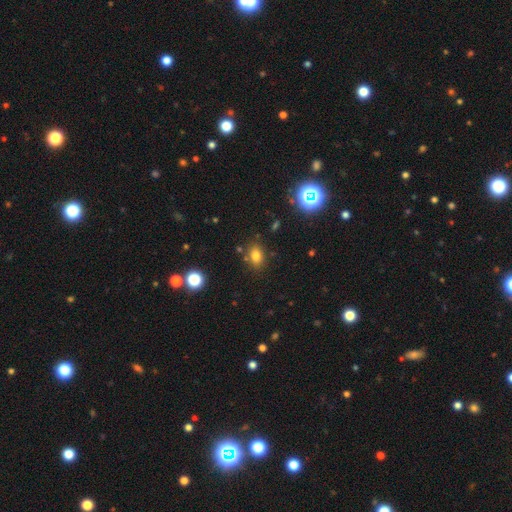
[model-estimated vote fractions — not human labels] Overall: smooth (76%). How rounded: in between (72%). Merging: none (80%).